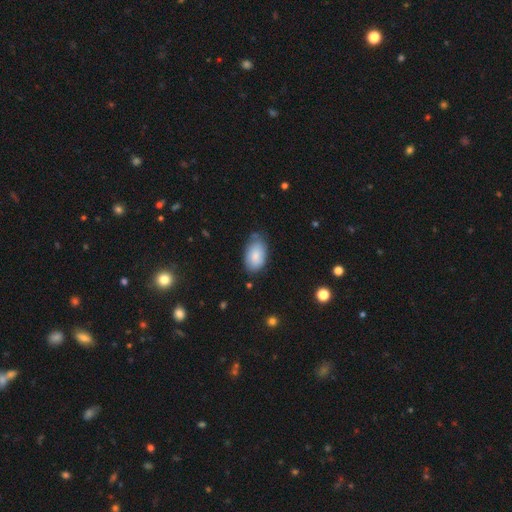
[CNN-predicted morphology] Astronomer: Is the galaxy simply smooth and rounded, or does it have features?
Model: smooth — 81%.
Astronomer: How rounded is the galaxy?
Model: in between — 94%.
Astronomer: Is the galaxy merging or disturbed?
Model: none — 66%.